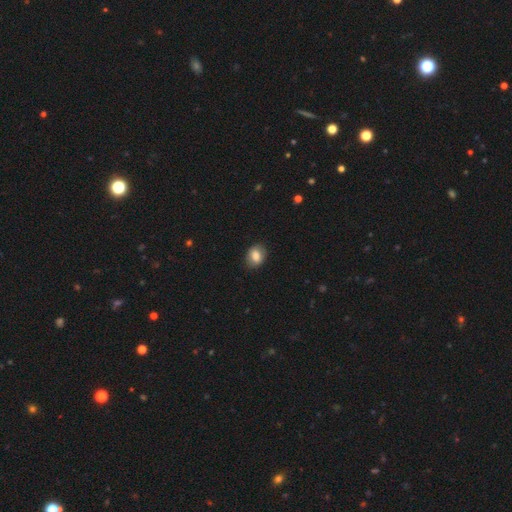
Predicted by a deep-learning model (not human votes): This appears to be a smooth galaxy with no disk features (81%) that is in between round and cigar-shaped (64%). Merging: none (84%).